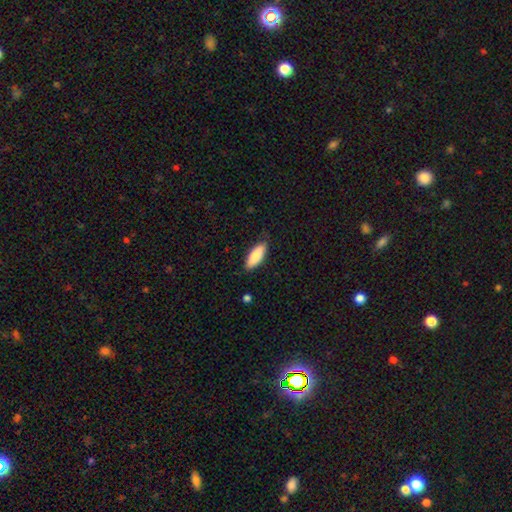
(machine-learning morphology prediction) The model was most divided on "how rounded": in between: 68%, cigar-shaped: 31%, round: 2%. More confident: smooth or featured — smooth (84%); merging — none (84%).